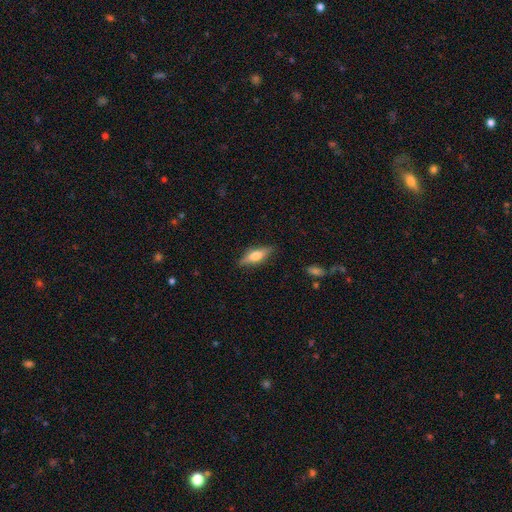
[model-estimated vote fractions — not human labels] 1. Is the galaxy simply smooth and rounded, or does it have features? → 48% smooth, 46% featured or disk, 7% star or artifact.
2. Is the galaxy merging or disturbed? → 84% none, 12% minor disturbance, 3% major disturbance, 1% merger.